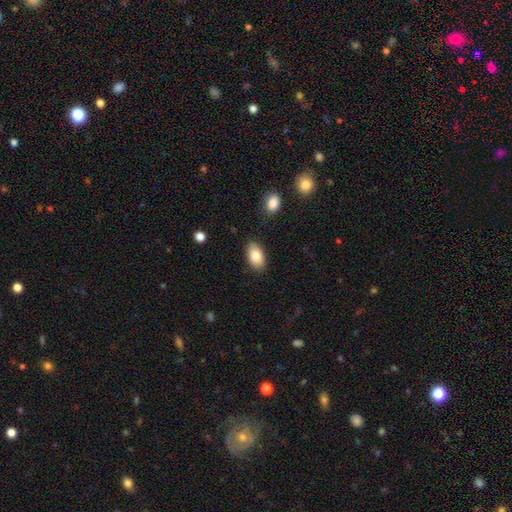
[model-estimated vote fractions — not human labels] Morphology: type=smooth (85%); roundness=in between (93%); merging=none (83%).